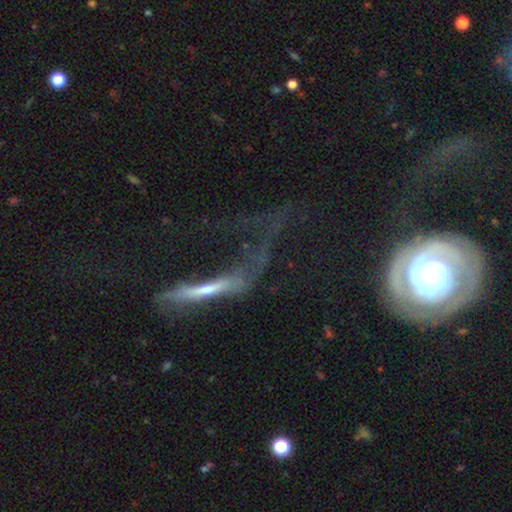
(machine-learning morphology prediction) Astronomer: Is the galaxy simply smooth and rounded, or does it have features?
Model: featured or disk — 62%.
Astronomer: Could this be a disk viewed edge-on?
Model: no — 63%.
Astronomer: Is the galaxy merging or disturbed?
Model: major disturbance — 45% (runner-up: none, 28%).